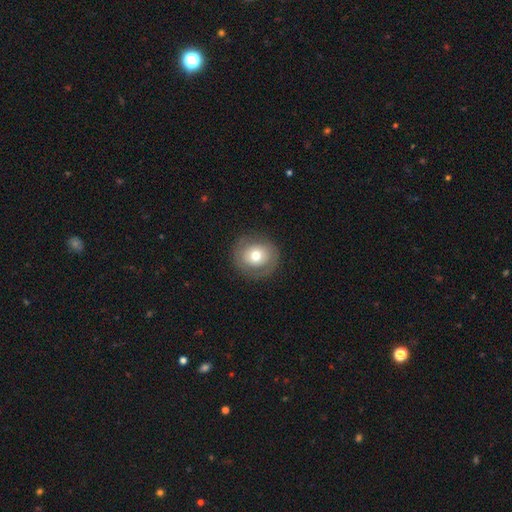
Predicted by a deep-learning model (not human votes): Overall: smooth (58%; featured or disk 34%). How rounded: round (87%). Merging: none (84%).